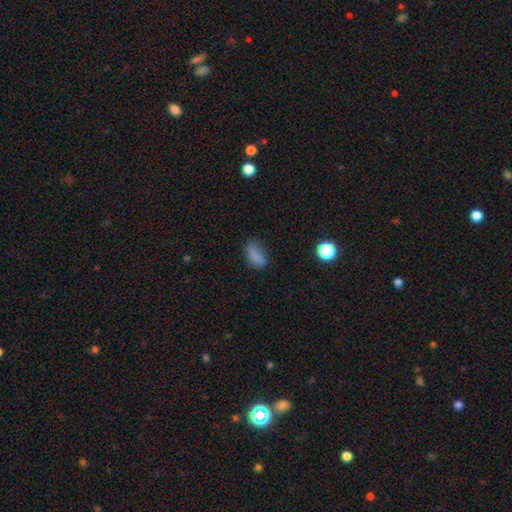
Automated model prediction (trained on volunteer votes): Smooth or featured? smooth (80%)
How rounded? in between (89%)
Merging? none (65%)